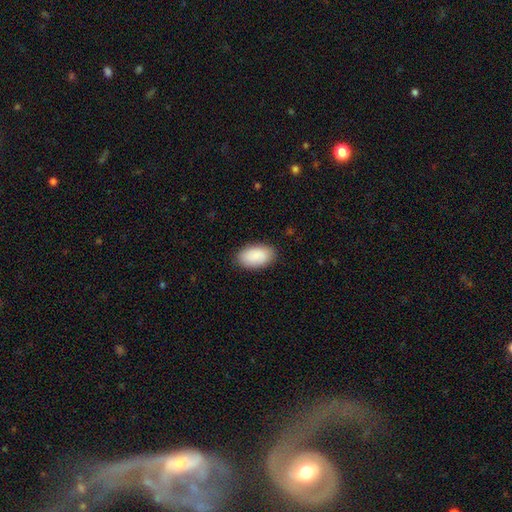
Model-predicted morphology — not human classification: smooth-or-featured: smooth: 90% | star or artifact: 5% | featured or disk: 5%
  how-rounded: in between: 95% | round: 3% | cigar-shaped: 2%
  merging: none: 87% | minor disturbance: 10% | major disturbance: 2% | merger: 1%